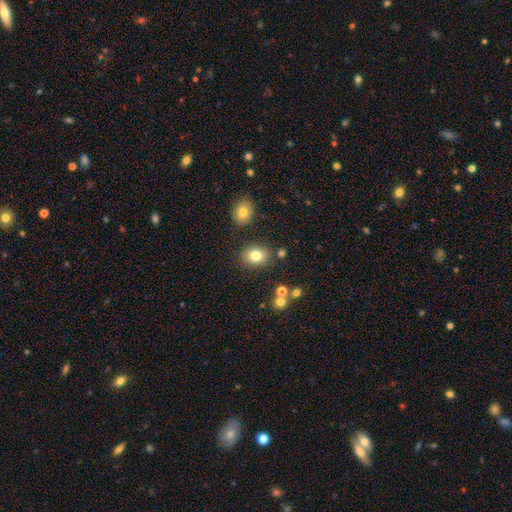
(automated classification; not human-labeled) Overall: smooth (81%). How rounded: in between (52%; round 47%). Merging: none (82%).